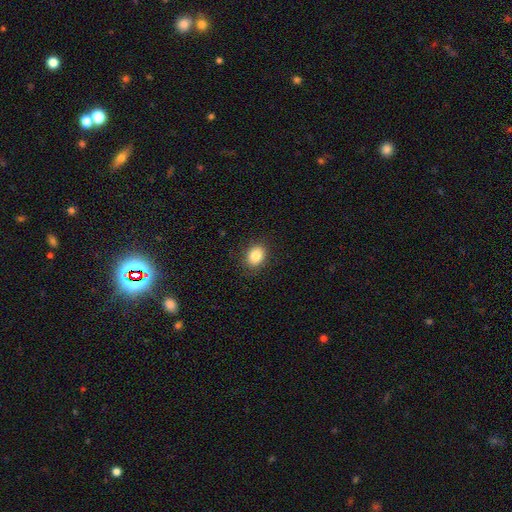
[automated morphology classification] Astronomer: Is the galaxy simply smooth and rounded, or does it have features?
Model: smooth — 85%.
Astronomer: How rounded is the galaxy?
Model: in between — 52% (runner-up: round, 47%).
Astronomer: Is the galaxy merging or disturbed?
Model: none — 87%.